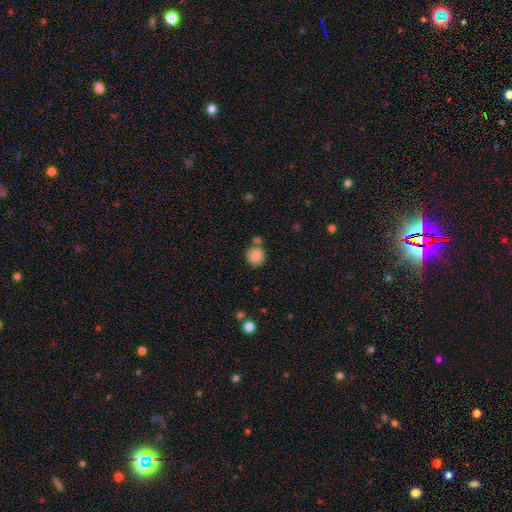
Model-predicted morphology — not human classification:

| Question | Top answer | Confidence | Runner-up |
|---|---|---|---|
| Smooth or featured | smooth | 85% | star or artifact (8%) |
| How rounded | round | 86% | in between (13%) |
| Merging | none | 66% | merger (18%) |